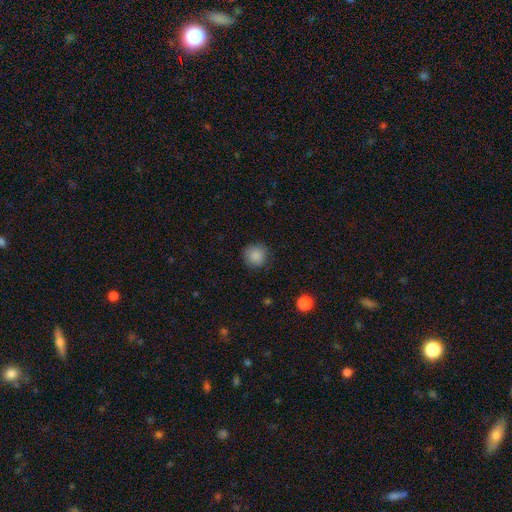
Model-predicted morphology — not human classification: Smooth or featured?
  - smooth: 86% *
  - star or artifact: 10%
  - featured or disk: 4%
How rounded?
  - round: 94% *
  - in between: 5%
  - cigar-shaped: 1%
Merging?
  - none: 87% *
  - minor disturbance: 9%
  - major disturbance: 3%
  - merger: 1%